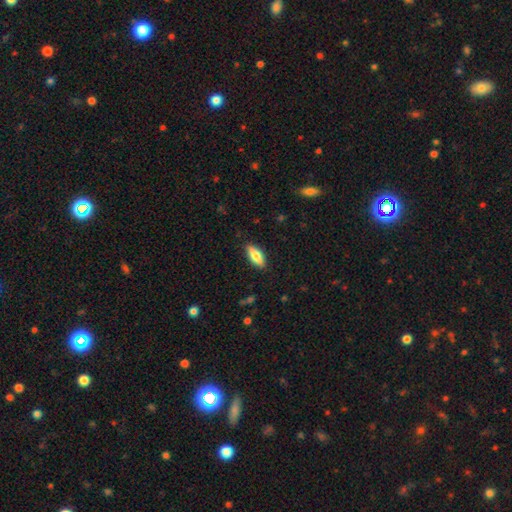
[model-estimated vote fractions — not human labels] The model was most divided on "how rounded": in between: 71%, cigar-shaped: 27%, round: 2%. More confident: merging — none (87%); smooth or featured — smooth (75%).